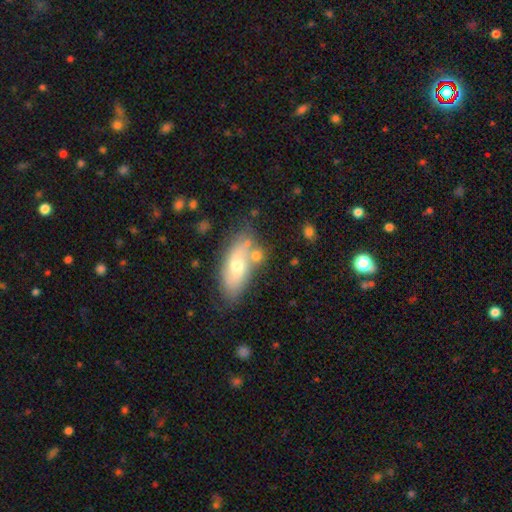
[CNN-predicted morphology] Q: Smooth or featured?
A: smooth (55%); runner-up: featured or disk (36%)
Q: How rounded?
A: in between (73%); runner-up: cigar-shaped (14%)
Q: Merging?
A: none (58%); runner-up: merger (19%)